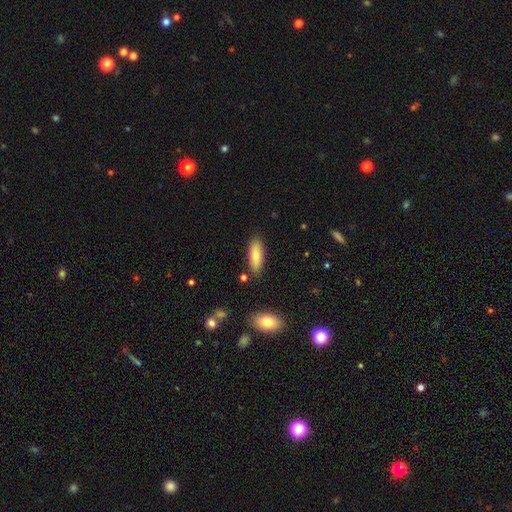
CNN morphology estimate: Q: Smooth or featured?
A: smooth (75%); runner-up: featured or disk (18%)
Q: How rounded?
A: in between (69%); runner-up: cigar-shaped (28%)
Q: Merging?
A: none (84%); runner-up: minor disturbance (10%)